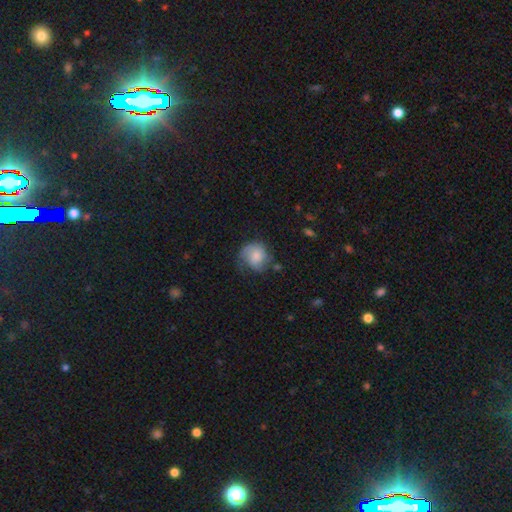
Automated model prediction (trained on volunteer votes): Morphology: type=smooth (63%); roundness=round (80%); merging=none (53%).